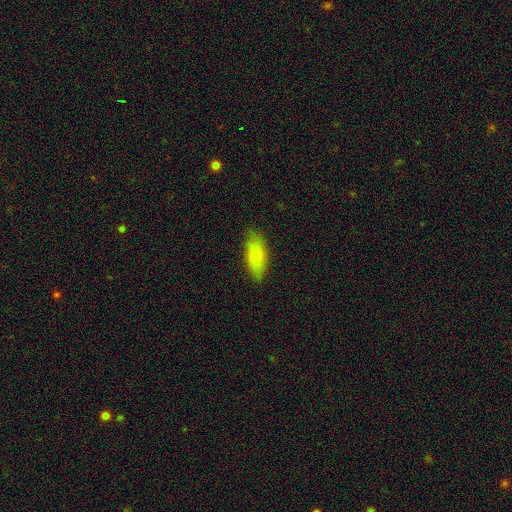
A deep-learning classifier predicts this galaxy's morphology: Smooth or featured? Predicted: smooth (p=0.83). How rounded? Predicted: in between (p=0.80). Merging? Predicted: none (p=0.80).